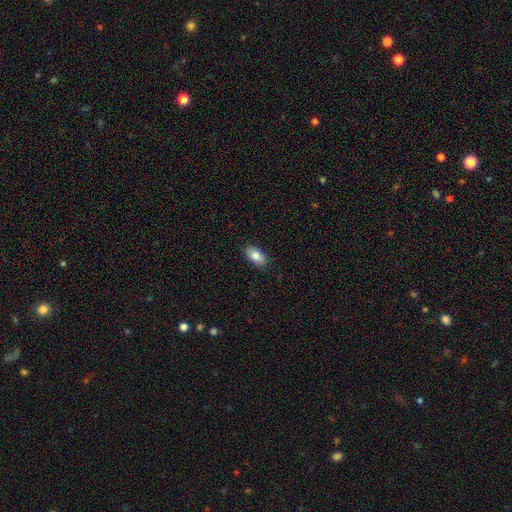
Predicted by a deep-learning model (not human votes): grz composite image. It shows a smooth galaxy with no disk features (83%) that is in between round and cigar-shaped (93%). Merging: none (88%).